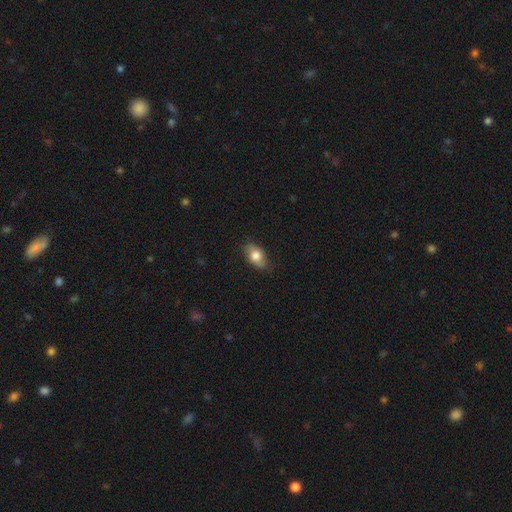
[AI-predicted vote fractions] Smooth or featured? smooth (75%)
How rounded? in between (88%)
Merging? none (80%)